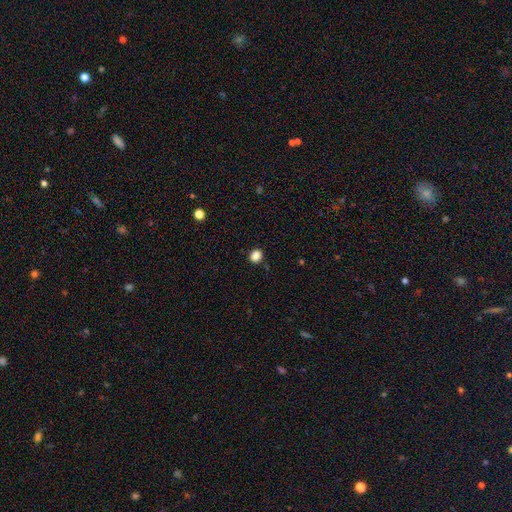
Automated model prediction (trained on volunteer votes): Smooth or featured? Predicted: smooth (p=0.86). How rounded? Predicted: round (p=0.69). Merging? Predicted: none (p=0.88).